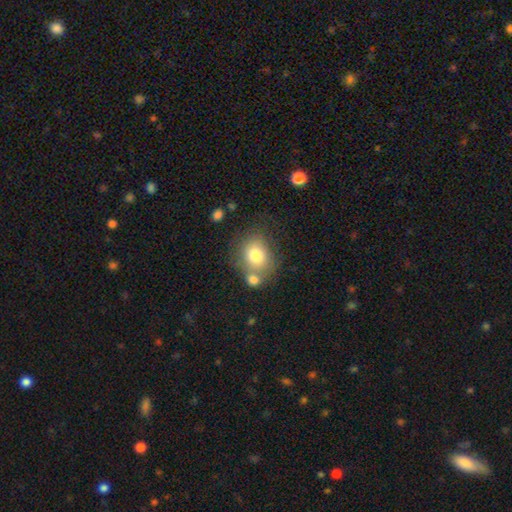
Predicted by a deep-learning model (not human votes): Smooth or featured? smooth (77%)
How rounded? round (61%)
Merging? none (50%)